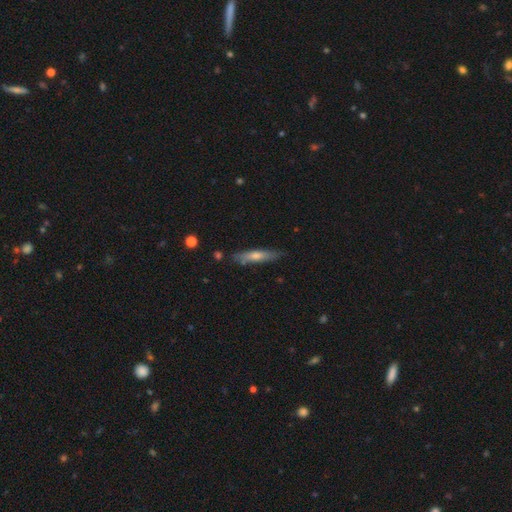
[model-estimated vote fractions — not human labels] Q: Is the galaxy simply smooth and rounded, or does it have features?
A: smooth — 49%.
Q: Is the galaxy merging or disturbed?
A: none — 82%.